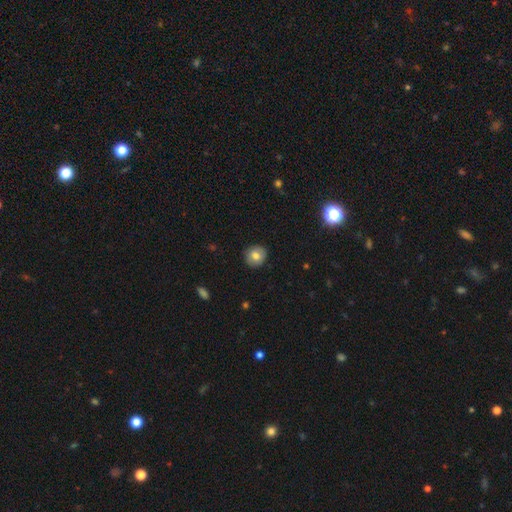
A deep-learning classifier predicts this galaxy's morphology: A smooth galaxy with no disk features (77%) that is round (87%).

Vote fractions:
- Smooth or featured? smooth: 77% / featured or disk: 14% / star or artifact: 9%
- How rounded? round: 87% / in between: 12% / cigar-shaped: 1%
- Merging? none: 90% / minor disturbance: 7% / major disturbance: 2% / merger: 1%